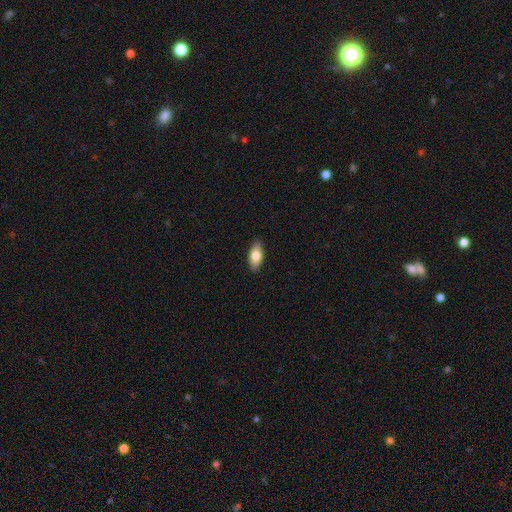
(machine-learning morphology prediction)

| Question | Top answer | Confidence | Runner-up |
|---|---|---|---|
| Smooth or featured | smooth | 77% | featured or disk (17%) |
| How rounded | in between | 86% | cigar-shaped (11%) |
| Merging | none | 90% | minor disturbance (8%) |